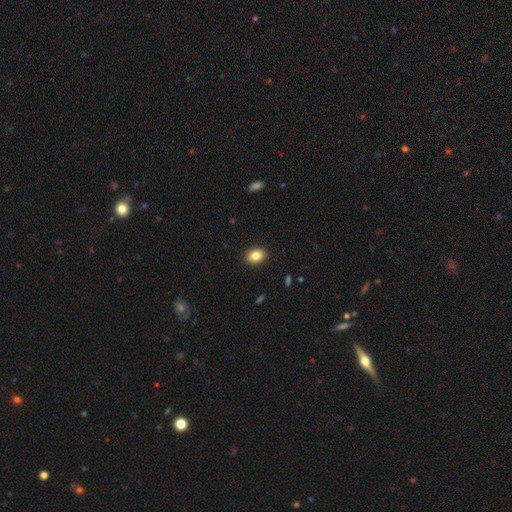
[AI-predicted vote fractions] Smooth or featured: smooth — 84% (star or artifact — 9%)
How rounded: in between — 65% (round — 34%)
Merging: none — 91% (minor disturbance — 7%)